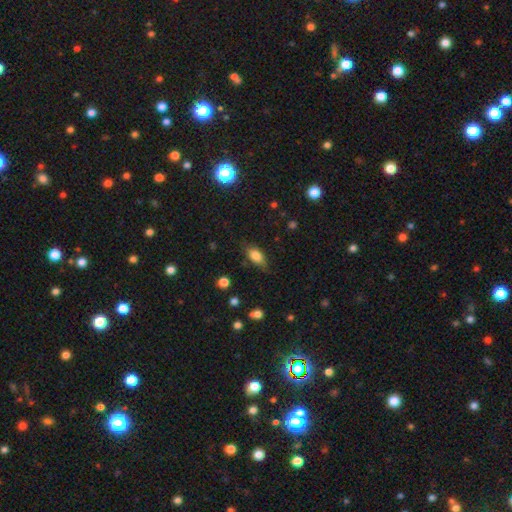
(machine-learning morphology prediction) Smooth or featured? Predicted: smooth (p=0.78). How rounded? Predicted: in between (p=0.85). Merging? Predicted: none (p=0.69).